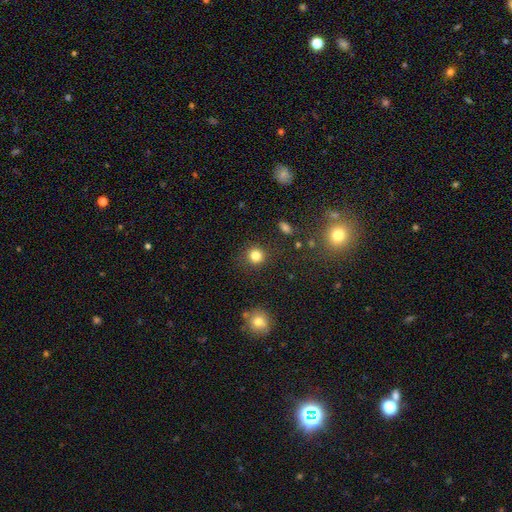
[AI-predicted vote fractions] This appears to be a smooth galaxy with no disk features (82%) that is round (91%). Merging: none (87%).